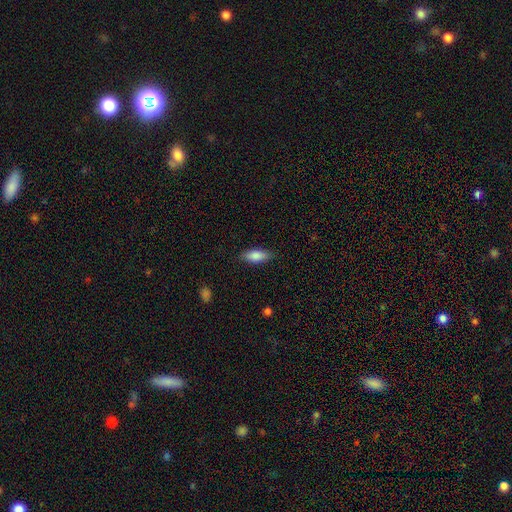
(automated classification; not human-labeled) smooth-or-featured: smooth: 84% | featured or disk: 10% | star or artifact: 6%
  how-rounded: in between: 77% | cigar-shaped: 20% | round: 2%
  merging: none: 84% | minor disturbance: 12% | major disturbance: 3% | merger: 1%